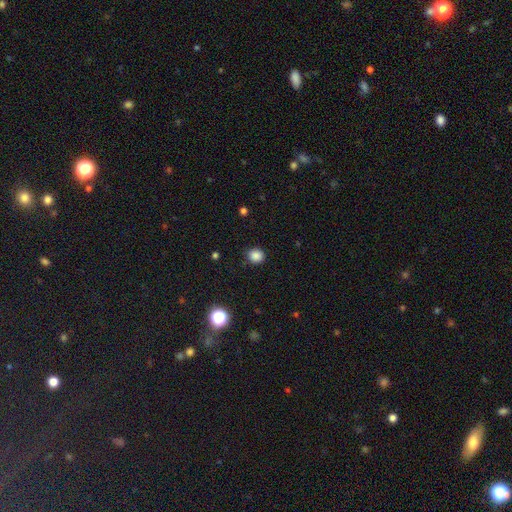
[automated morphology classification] This appears to be a smooth galaxy with no disk features (85%) that is round (82%). Merging: none (87%).